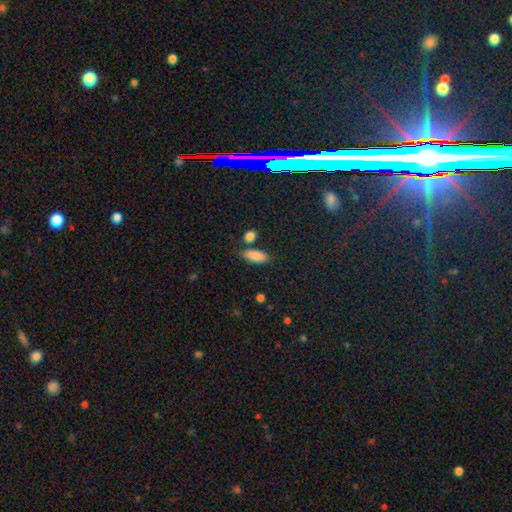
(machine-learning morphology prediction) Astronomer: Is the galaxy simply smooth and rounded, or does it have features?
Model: smooth — 87%.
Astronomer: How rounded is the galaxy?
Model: in between — 80%.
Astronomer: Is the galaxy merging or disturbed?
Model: none — 71%.